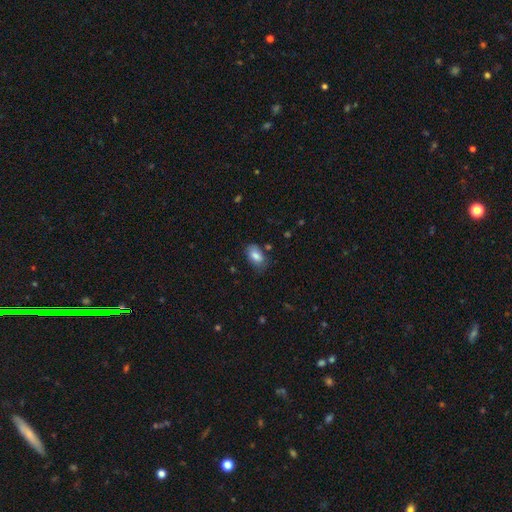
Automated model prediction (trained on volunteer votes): A smooth galaxy with no disk features (81%) that is in between round and cigar-shaped (92%). Merging: none (69%).